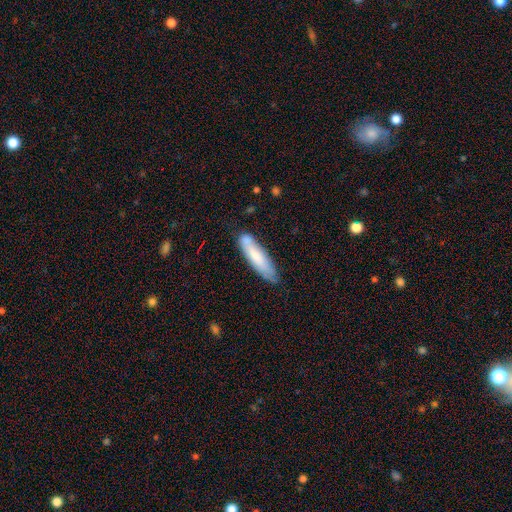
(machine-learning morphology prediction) This is likely a smooth galaxy (66%). How rounded: likely cigar-shaped (68%). Merging: likely none (69%).